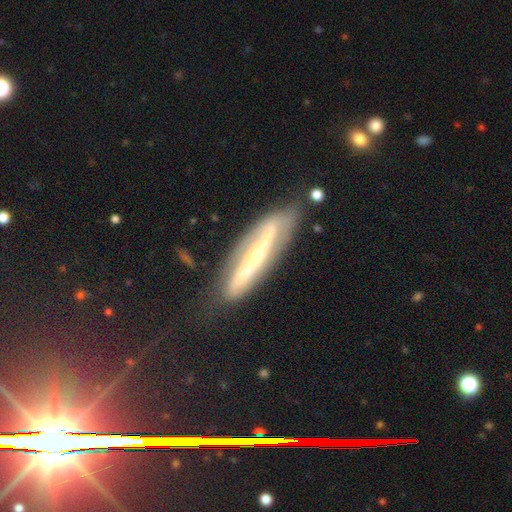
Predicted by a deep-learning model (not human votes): The model was most divided on "edge-on disk": no: 54%, yes: 46%. More confident: smooth or featured — featured or disk (76%); merging — none (64%).